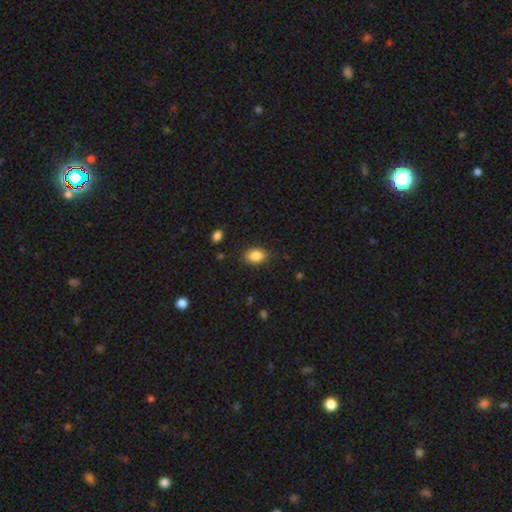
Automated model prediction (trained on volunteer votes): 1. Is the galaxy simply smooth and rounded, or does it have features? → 87% smooth, 8% star or artifact, 5% featured or disk.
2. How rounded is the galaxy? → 82% in between, 17% round, 1% cigar-shaped.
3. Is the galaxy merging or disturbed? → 86% none, 10% minor disturbance, 3% major disturbance, 1% merger.